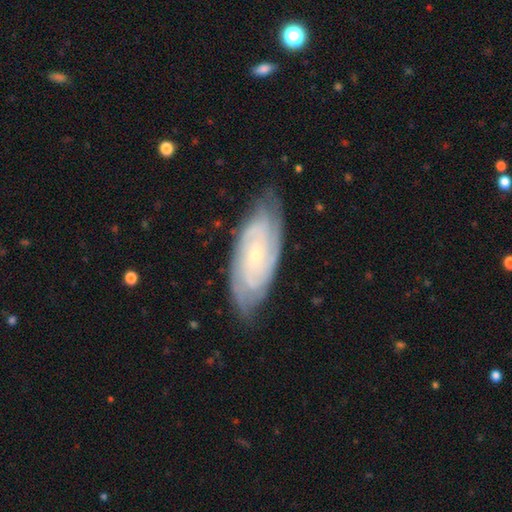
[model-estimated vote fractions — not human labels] A featured or disk galaxy (84%) with no bar (62%), 2 (28%, tied with can't tell) tight (73%) spiral arms (97%) and a small central bulge (79%). Merging: none (78%).